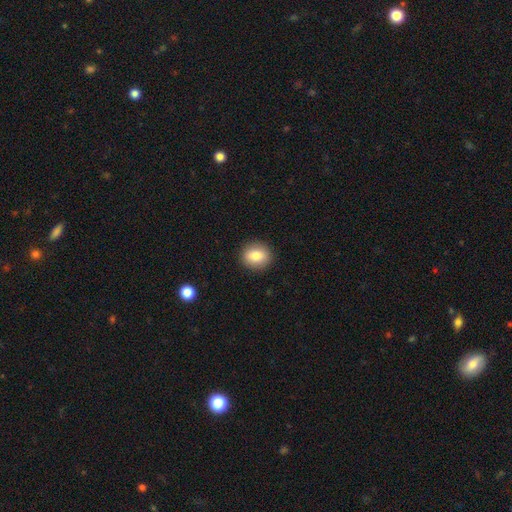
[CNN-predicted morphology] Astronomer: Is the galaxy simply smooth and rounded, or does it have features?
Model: smooth — 82%.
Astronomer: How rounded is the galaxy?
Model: round — 74%.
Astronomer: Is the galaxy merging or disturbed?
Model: none — 90%.